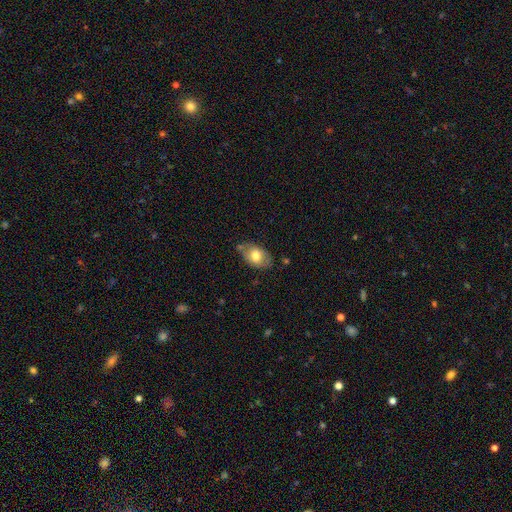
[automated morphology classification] A smooth galaxy with no disk features (72%) that is in between round and cigar-shaped (87%).

Vote fractions:
- Smooth or featured? smooth: 72% / featured or disk: 21% / star or artifact: 7%
- How rounded? in between: 87% / round: 12% / cigar-shaped: 1%
- Merging? none: 66% / minor disturbance: 23% / merger: 7% / major disturbance: 5%